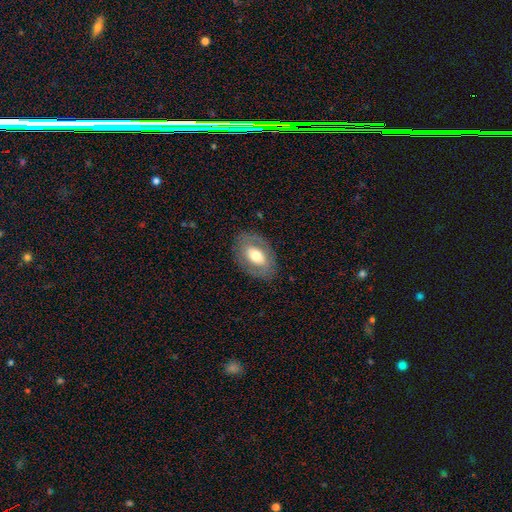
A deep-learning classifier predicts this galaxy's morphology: smooth_or_featured: smooth (p=0.54) [alt: featured or disk p=0.39]
how_rounded: in between (p=0.88) [alt: round p=0.11]
merging: none (p=0.81) [alt: minor disturbance p=0.12]